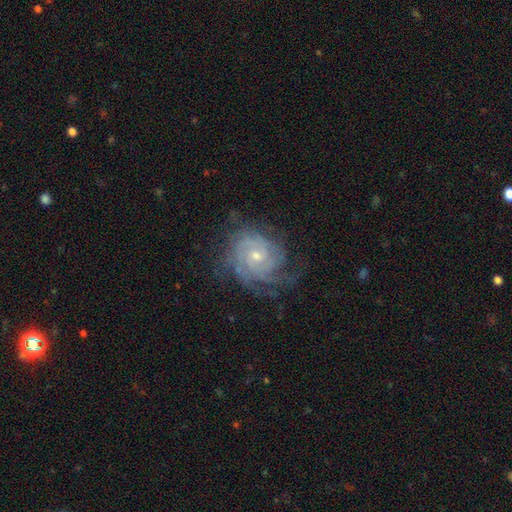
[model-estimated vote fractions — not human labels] A featured or disk galaxy (87%) with no bar (70%), tight (74%) spiral arms (97%) and a small central bulge (60%). Merging: none (69%).